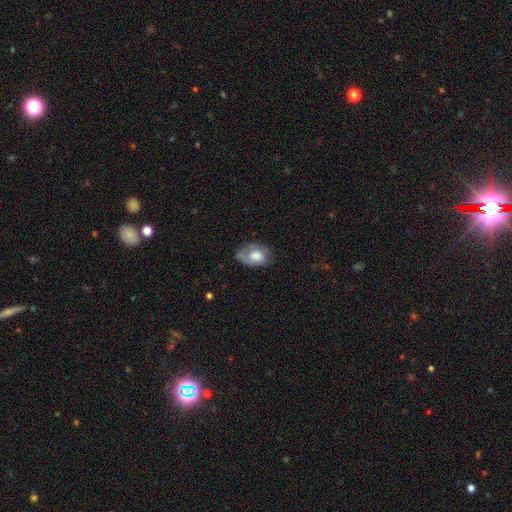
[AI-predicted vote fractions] The model was most divided on "smooth or featured": smooth: 55%, featured or disk: 38%, star or artifact: 7%. More confident: how rounded — in between (85%); merging — none (54%).